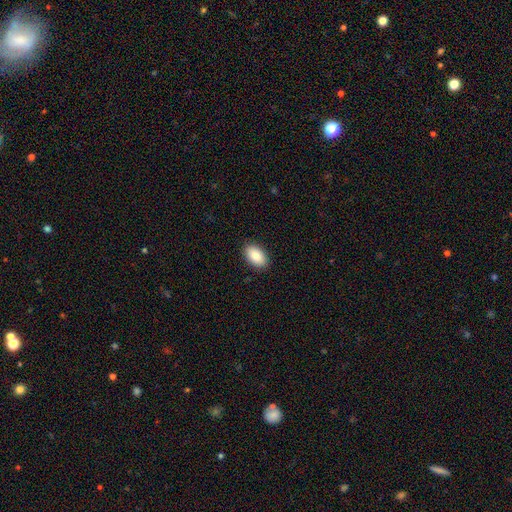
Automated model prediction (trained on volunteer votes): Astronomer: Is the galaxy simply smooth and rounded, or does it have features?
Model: smooth — 88%.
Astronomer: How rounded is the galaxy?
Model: in between — 94%.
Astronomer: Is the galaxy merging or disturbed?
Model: none — 90%.